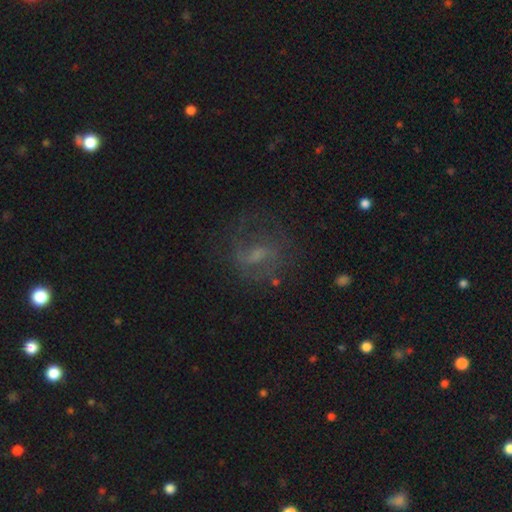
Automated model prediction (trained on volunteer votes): This appears to be a featured or disk galaxy (60%) with a weak bar (53%), spiral arms (76%) and a small central bulge (38%). Merging: none (62%).